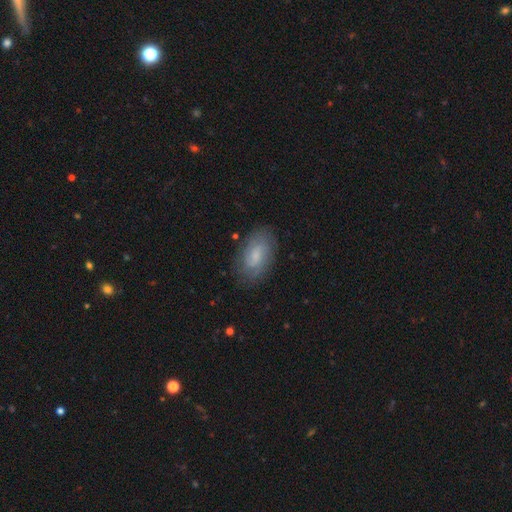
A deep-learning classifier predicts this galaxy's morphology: The model was most divided on "smooth or featured" (2-way tie): smooth: 46%, featured or disk: 46%, star or artifact: 8%. More confident: merging — none (78%).